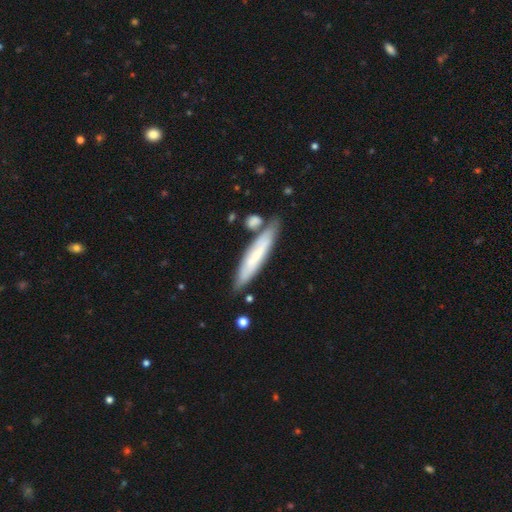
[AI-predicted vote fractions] This appears to be a smooth galaxy with no disk features (56%) that is cigar-shaped (86%). Merging: none (72%).